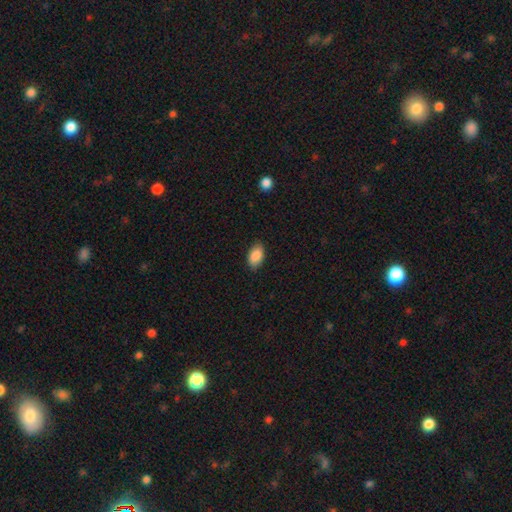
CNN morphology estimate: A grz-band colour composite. It shows a smooth galaxy with no disk features (88%) that is in between round and cigar-shaped (92%). Merging: none (85%).